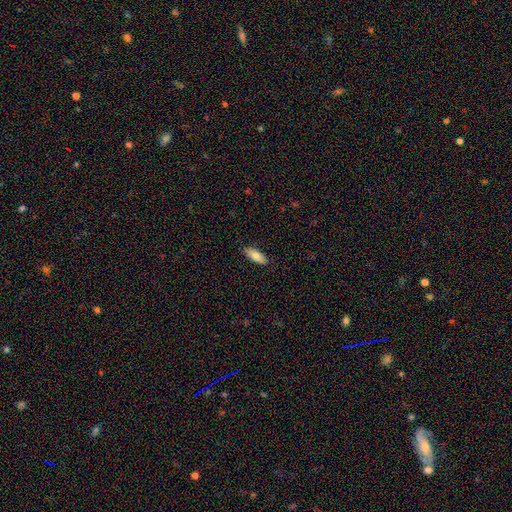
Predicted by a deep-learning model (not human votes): The model was most divided on "how rounded": in between: 72%, cigar-shaped: 26%, round: 2%. More confident: merging — none (88%); smooth or featured — smooth (78%).